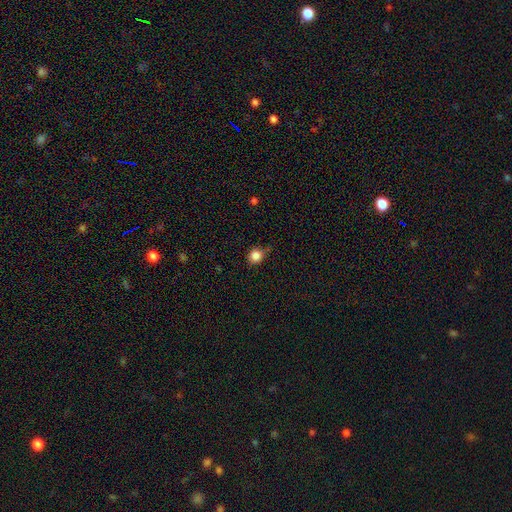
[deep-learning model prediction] Overall: smooth (84%). How rounded: round (88%). Merging: none (73%).